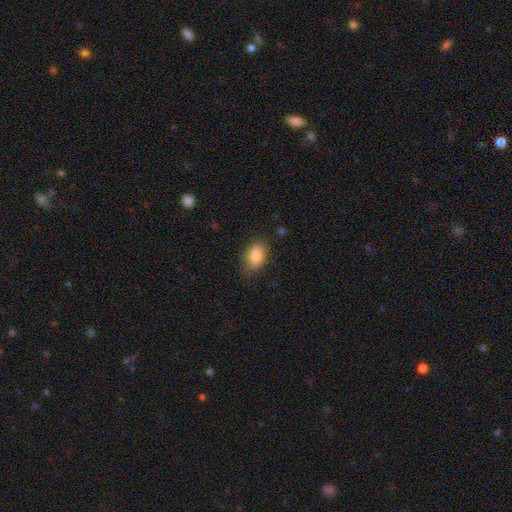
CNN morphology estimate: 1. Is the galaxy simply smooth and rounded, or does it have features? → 87% smooth, 7% star or artifact, 6% featured or disk.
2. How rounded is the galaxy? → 89% in between, 10% round, 2% cigar-shaped.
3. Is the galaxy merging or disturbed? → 79% none, 15% minor disturbance, 4% major disturbance, 1% merger.